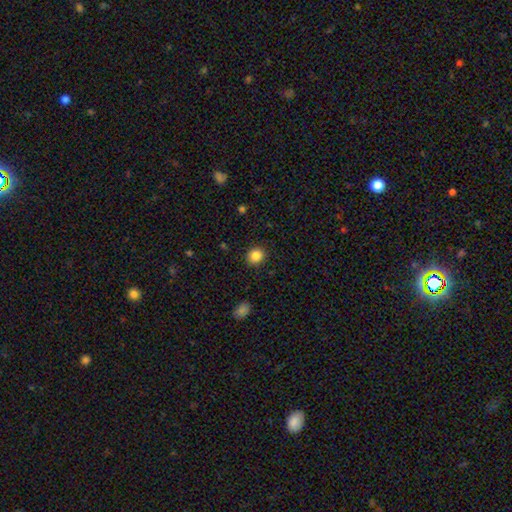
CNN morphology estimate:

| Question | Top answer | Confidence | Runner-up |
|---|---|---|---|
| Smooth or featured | smooth | 85% | star or artifact (10%) |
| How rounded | round | 81% | in between (19%) |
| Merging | none | 91% | minor disturbance (6%) |